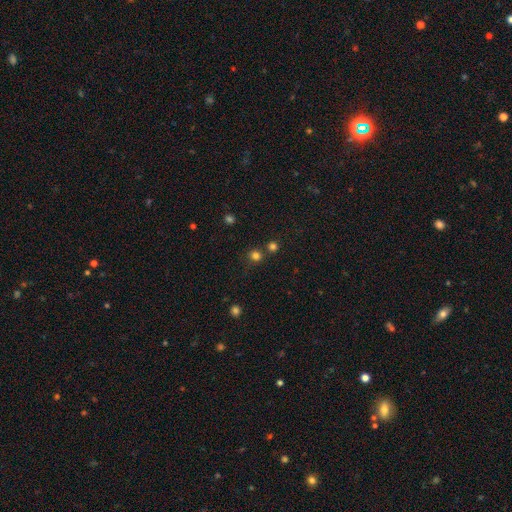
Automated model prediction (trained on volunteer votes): smooth-or-featured: smooth: 76% | star or artifact: 19% | featured or disk: 5%
  how-rounded: round: 86% | in between: 13% | cigar-shaped: 1%
  merging: none: 72% | merger: 16% | minor disturbance: 9% | major disturbance: 3%